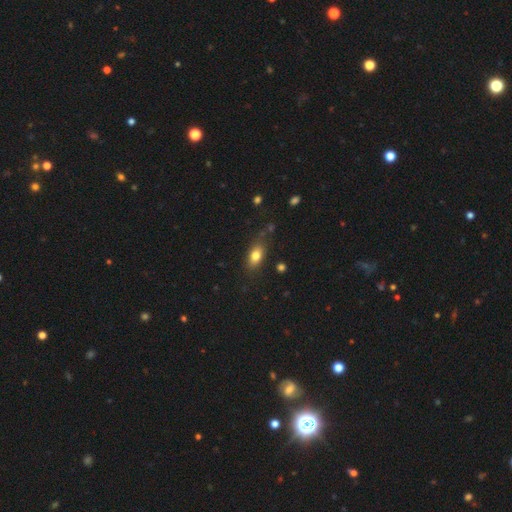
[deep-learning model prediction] smooth-or-featured: smooth: 80% | featured or disk: 11% | star or artifact: 9%
  how-rounded: in between: 83% | round: 10% | cigar-shaped: 7%
  merging: none: 75% | minor disturbance: 17% | major disturbance: 5% | merger: 3%